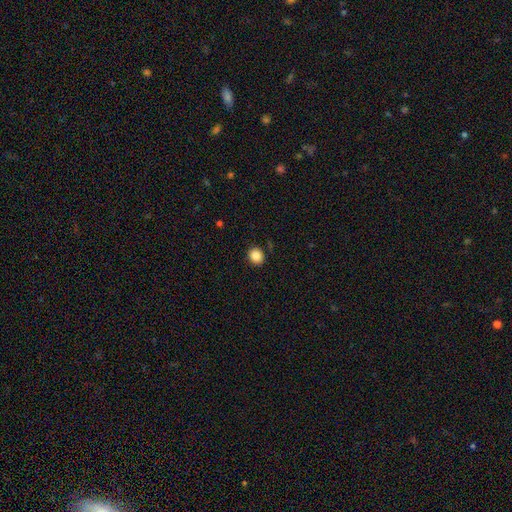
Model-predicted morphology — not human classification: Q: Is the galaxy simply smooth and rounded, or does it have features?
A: smooth — 86%.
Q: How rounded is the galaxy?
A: round — 74%.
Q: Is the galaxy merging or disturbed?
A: none — 90%.